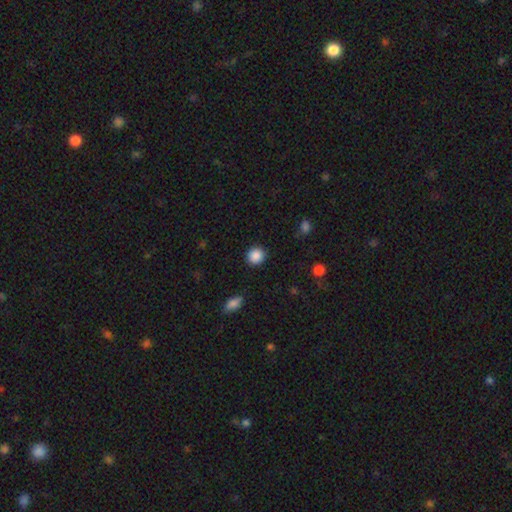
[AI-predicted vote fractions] Smooth or featured? smooth (88%)
How rounded? round (88%)
Merging? none (91%)